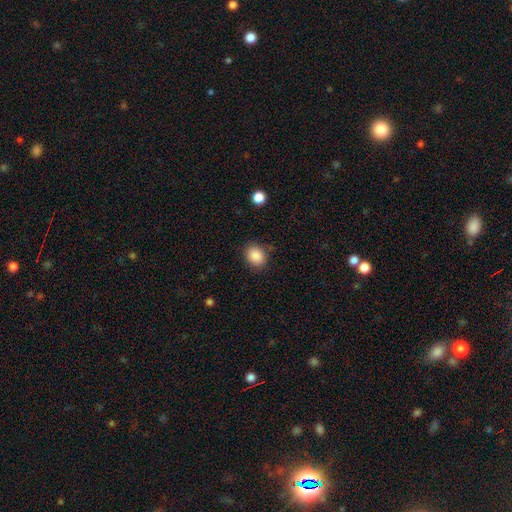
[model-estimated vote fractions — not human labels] This appears to be a smooth galaxy with no disk features (88%) that is round (56%). Merging: none (84%).